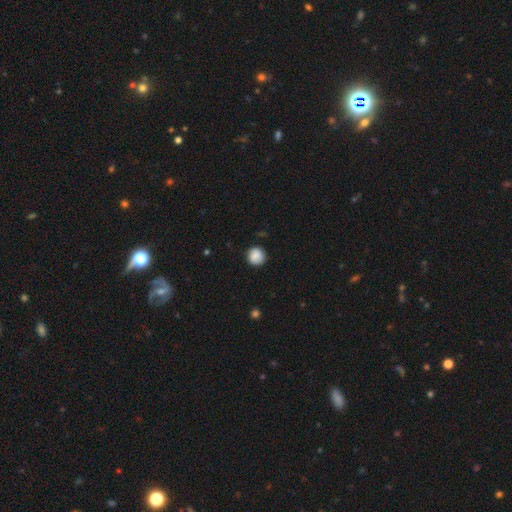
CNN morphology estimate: This is clearly a smooth galaxy (86%). How rounded: clearly round (91%). Merging: clearly none (85%).